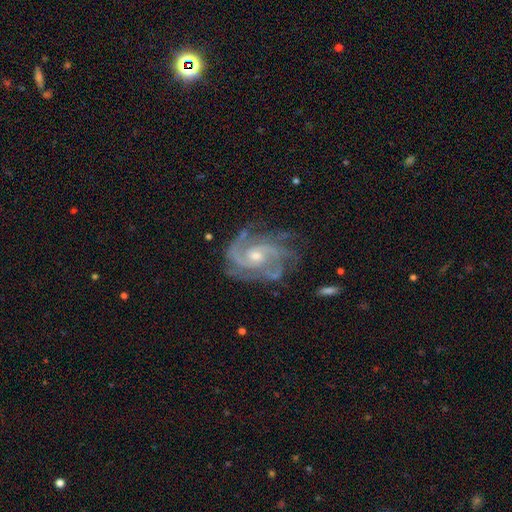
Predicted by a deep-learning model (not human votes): This appears to be a featured or disk galaxy (91%) with no bar (61%), 3 (36%) tight (52%) spiral arms (98%) and a moderate central bulge (50%). Merging: none (69%).